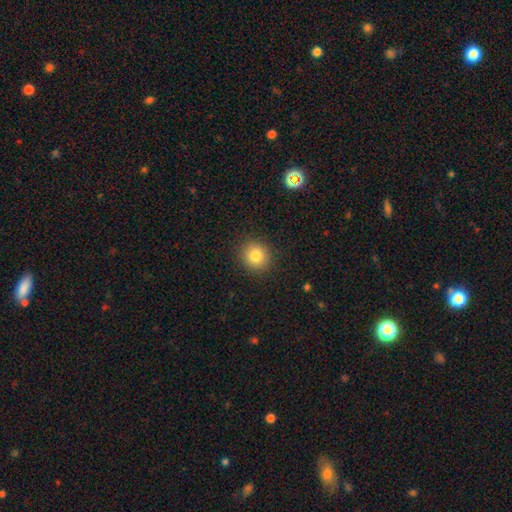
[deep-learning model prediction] Smooth or featured?
  - smooth: 82% *
  - star or artifact: 11%
  - featured or disk: 7%
How rounded?
  - round: 89% *
  - in between: 10%
  - cigar-shaped: 1%
Merging?
  - none: 90% *
  - minor disturbance: 6%
  - major disturbance: 2%
  - merger: 1%